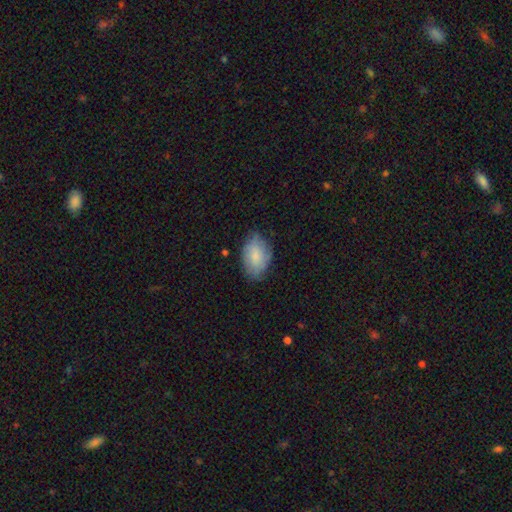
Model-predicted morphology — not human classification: This is likely a smooth galaxy (75%). How rounded: clearly in between (88%). Merging: likely none (69%).